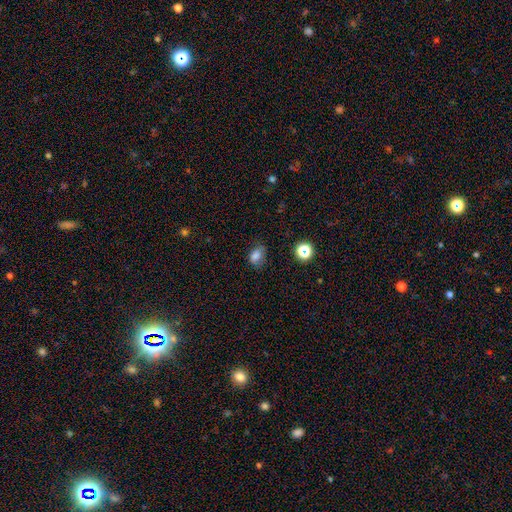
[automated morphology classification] Smooth or featured? Predicted: smooth (p=0.77). How rounded? Predicted: in between (p=0.74). Merging? Predicted: none (p=0.60).